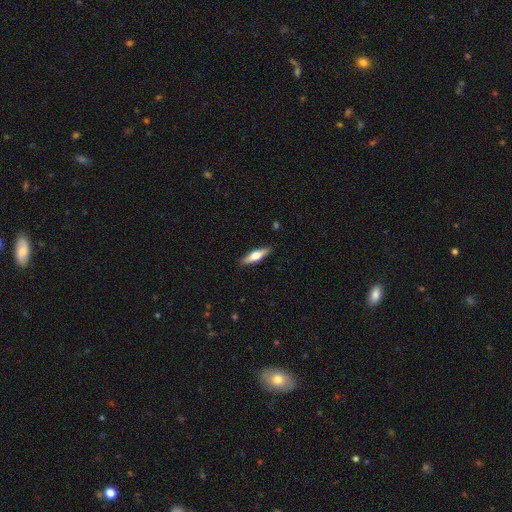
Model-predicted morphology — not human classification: This is possibly a featured or disk galaxy (49%). Merging: clearly none (89%).